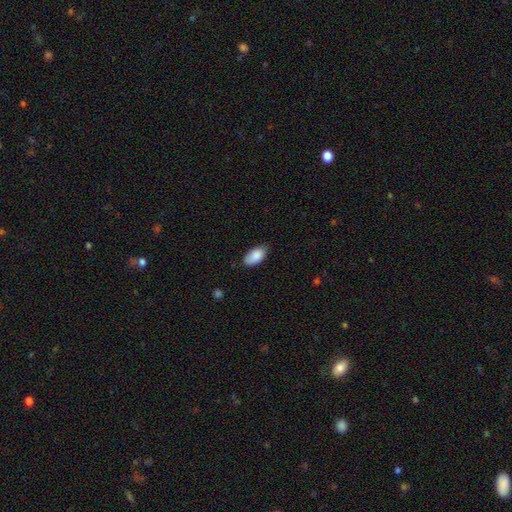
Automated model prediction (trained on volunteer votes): A smooth galaxy with no disk features (88%) that is in between round and cigar-shaped (94%).

Vote fractions:
- Smooth or featured? smooth: 88% / star or artifact: 6% / featured or disk: 6%
- How rounded? in between: 94% / cigar-shaped: 3% / round: 3%
- Merging? none: 72% / minor disturbance: 23% / major disturbance: 3% / merger: 1%